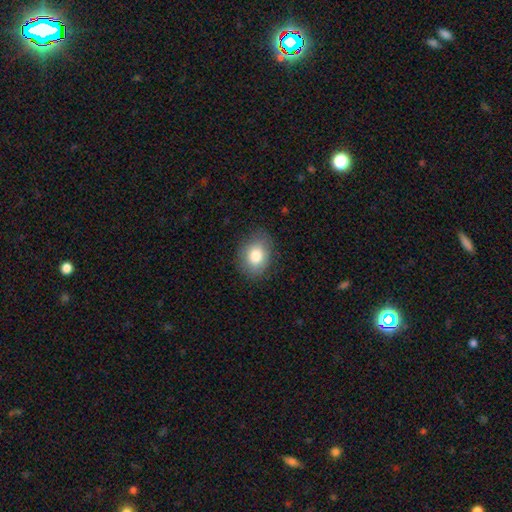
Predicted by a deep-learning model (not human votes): smooth_or_featured: smooth (p=0.80) [alt: featured or disk p=0.11]
how_rounded: in between (p=0.57) [alt: round p=0.42]
merging: none (p=0.83) [alt: minor disturbance p=0.12]